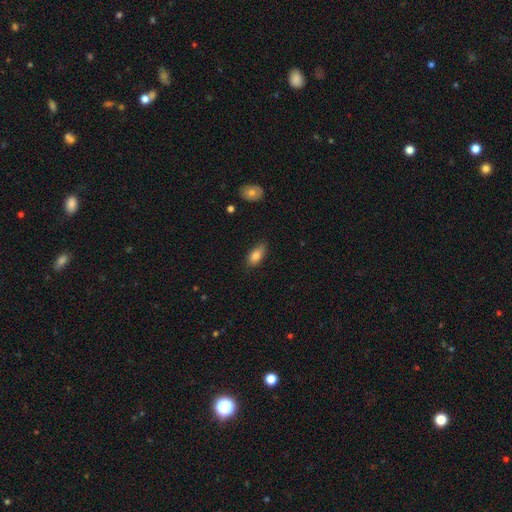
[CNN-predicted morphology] smooth_or_featured: smooth (p=0.83) [alt: featured or disk p=0.09]
how_rounded: in between (p=0.88) [alt: cigar-shaped p=0.09]
merging: none (p=0.76) [alt: minor disturbance p=0.20]